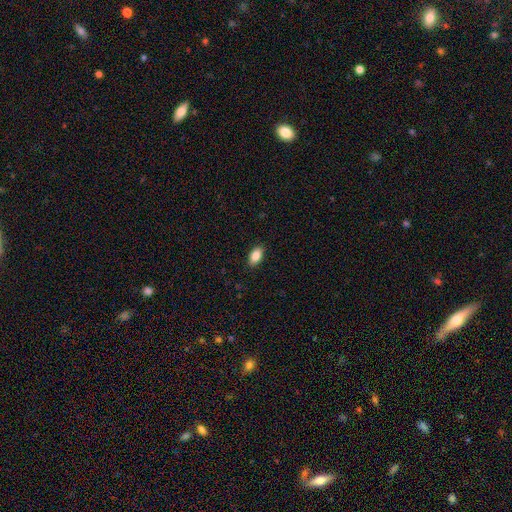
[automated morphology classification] smooth-or-featured: smooth: 87% | star or artifact: 8% | featured or disk: 5%
  how-rounded: in between: 92% | round: 5% | cigar-shaped: 3%
  merging: none: 88% | minor disturbance: 9% | major disturbance: 2% | merger: 1%